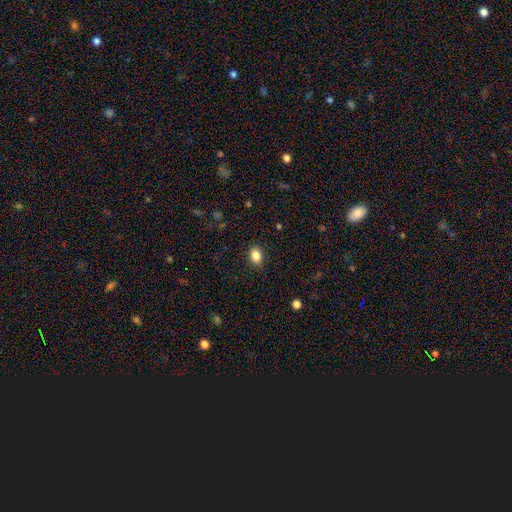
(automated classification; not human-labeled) This is clearly a smooth galaxy (86%). How rounded: likely in between (70%). Merging: clearly none (88%).